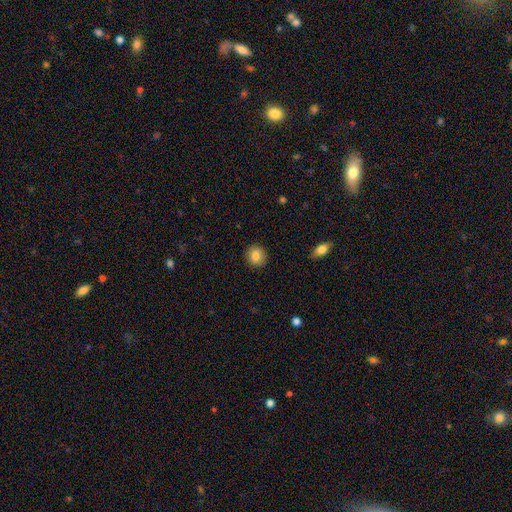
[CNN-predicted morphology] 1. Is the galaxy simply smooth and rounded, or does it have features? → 85% smooth, 9% star or artifact, 6% featured or disk.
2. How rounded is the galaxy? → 88% round, 11% in between, 1% cigar-shaped.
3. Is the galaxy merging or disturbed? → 90% none, 7% minor disturbance, 2% major disturbance, 1% merger.